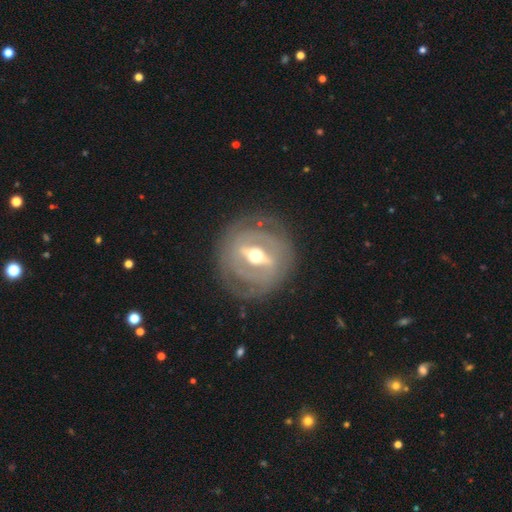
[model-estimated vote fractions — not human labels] This appears to be a featured or disk galaxy (86%) with a strong bar (70%), tight (77%) spiral arms (72%) and a moderate central bulge (72%). Merging: none (82%).